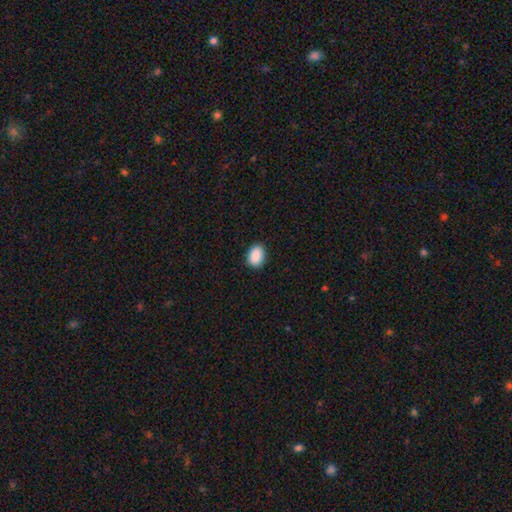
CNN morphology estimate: Q: Smooth or featured?
A: smooth (90%); runner-up: star or artifact (7%)
Q: How rounded?
A: in between (78%); runner-up: round (21%)
Q: Merging?
A: none (89%); runner-up: minor disturbance (8%)